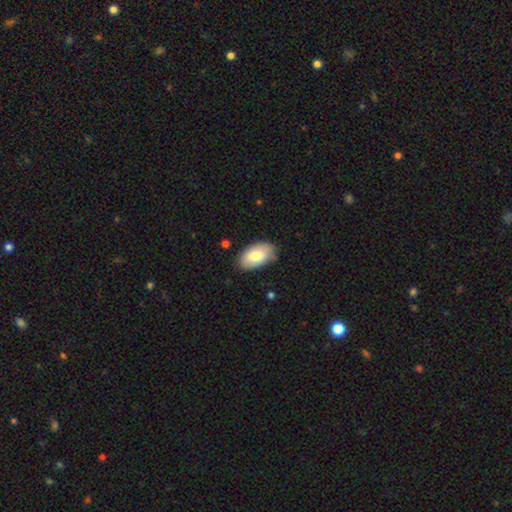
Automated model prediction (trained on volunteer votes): Q: Smooth or featured?
A: smooth (75%); runner-up: featured or disk (19%)
Q: How rounded?
A: in between (95%); runner-up: round (4%)
Q: Merging?
A: none (78%); runner-up: minor disturbance (18%)